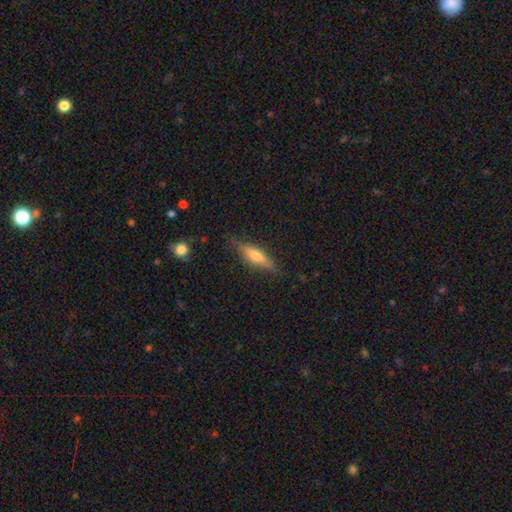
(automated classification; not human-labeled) Smooth or featured?
  - smooth: 51% *
  - featured or disk: 42%
  - star or artifact: 7%
How rounded?
  - cigar-shaped: 73% *
  - in between: 25%
  - round: 2%
Merging?
  - none: 81% *
  - minor disturbance: 15%
  - major disturbance: 3%
  - merger: 1%